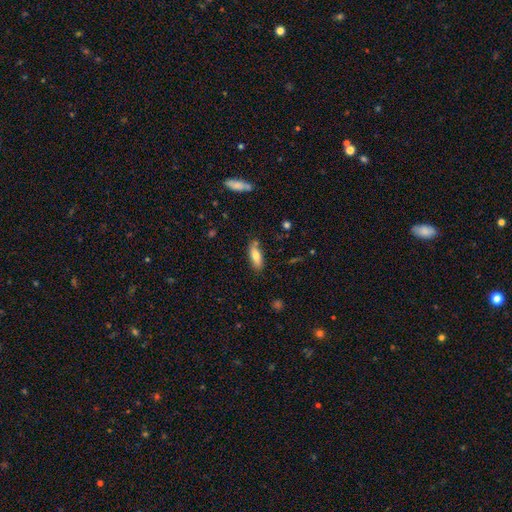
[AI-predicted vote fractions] Smooth or featured: smooth — 74% (featured or disk — 19%)
How rounded: in between — 70% (cigar-shaped — 28%)
Merging: none — 77% (minor disturbance — 15%)